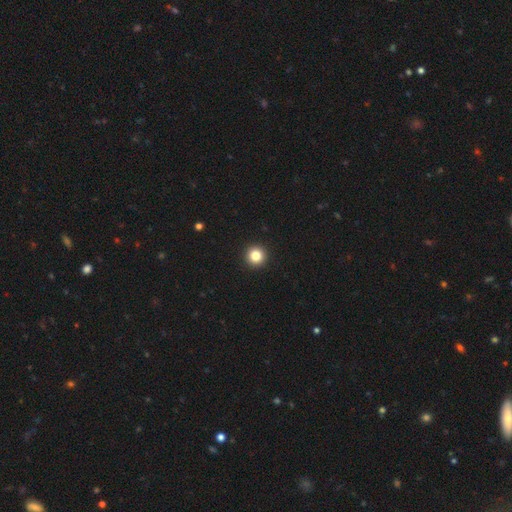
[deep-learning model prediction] This is clearly a smooth galaxy (83%). How rounded: clearly round (96%). Merging: clearly none (94%).